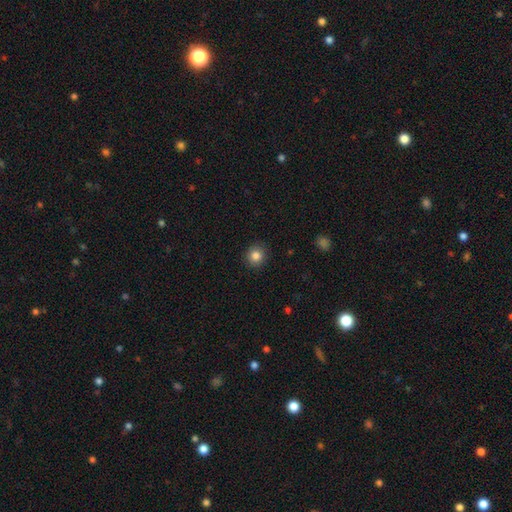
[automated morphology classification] Smooth or featured: smooth — 84% (star or artifact — 10%)
How rounded: round — 91% (in between — 9%)
Merging: none — 91% (minor disturbance — 6%)